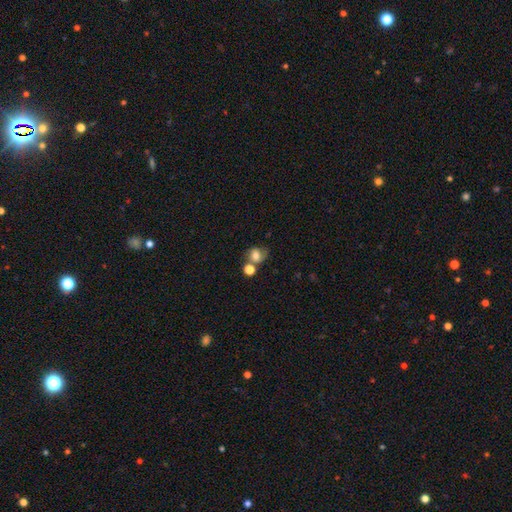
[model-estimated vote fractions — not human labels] Overall: smooth (68%). How rounded: round (65%; in between 34%). Merging: none (46%; merger 28%).